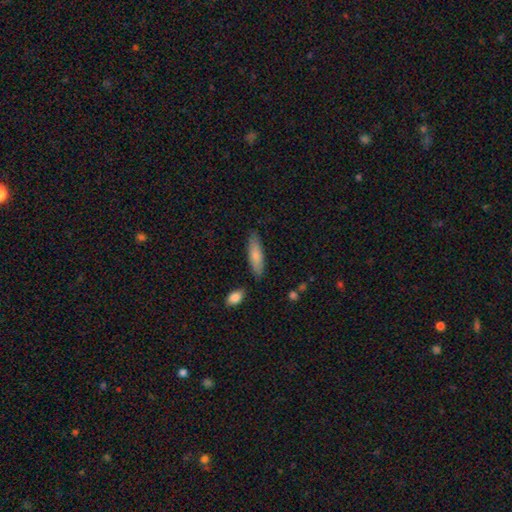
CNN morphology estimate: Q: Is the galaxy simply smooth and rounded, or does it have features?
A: smooth — 77%.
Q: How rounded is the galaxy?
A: cigar-shaped — 60%.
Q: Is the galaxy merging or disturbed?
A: none — 82%.